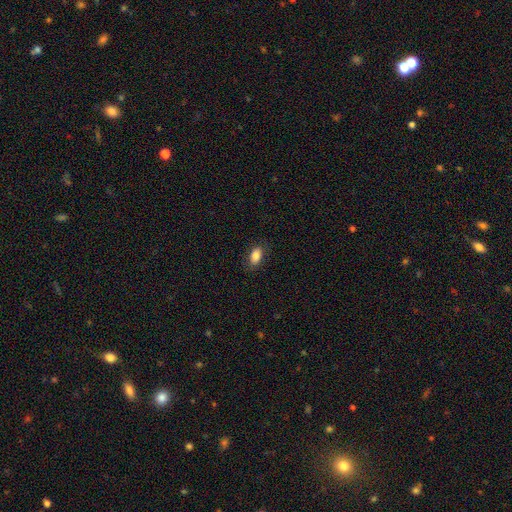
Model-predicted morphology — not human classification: Smooth or featured? Predicted: smooth (p=0.84). How rounded? Predicted: in between (p=0.90). Merging? Predicted: none (p=0.84).